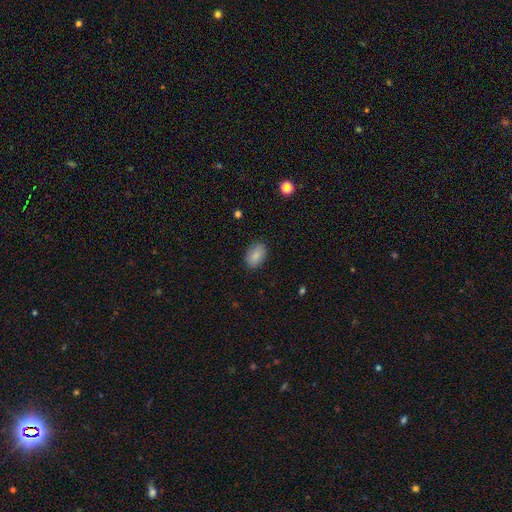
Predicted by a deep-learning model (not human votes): Morphology: type=smooth (87%); roundness=in between (86%); merging=none (86%).